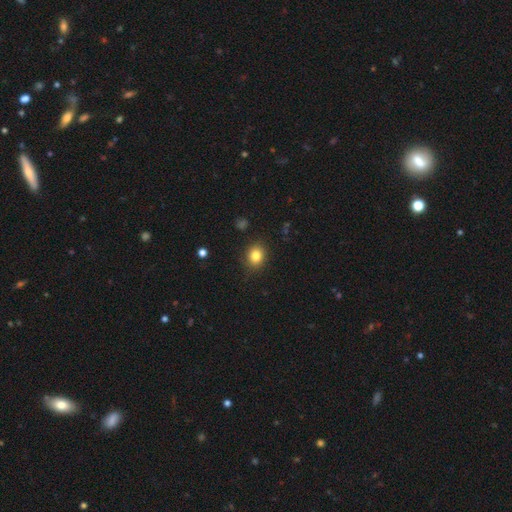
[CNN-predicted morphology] This is clearly a smooth galaxy (83%). How rounded: likely round (69%). Merging: clearly none (87%).